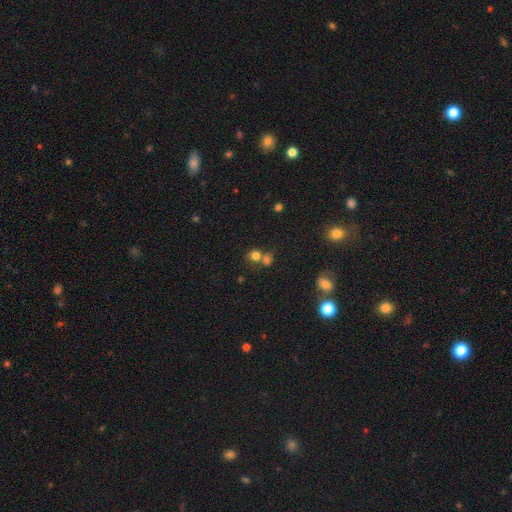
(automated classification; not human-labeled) A smooth galaxy with no disk features (75%) that is round (80%). Merging: none (45%).